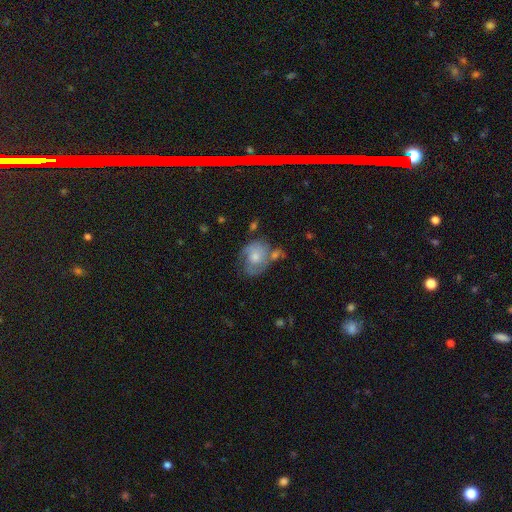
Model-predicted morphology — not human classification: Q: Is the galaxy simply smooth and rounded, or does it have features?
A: featured or disk — 54%.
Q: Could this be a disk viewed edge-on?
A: no — 97%.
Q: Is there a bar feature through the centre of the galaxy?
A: no — 78%.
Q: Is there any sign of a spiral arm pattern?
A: yes — 75%.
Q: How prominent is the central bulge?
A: moderate — 54%.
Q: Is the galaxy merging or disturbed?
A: none — 42%.